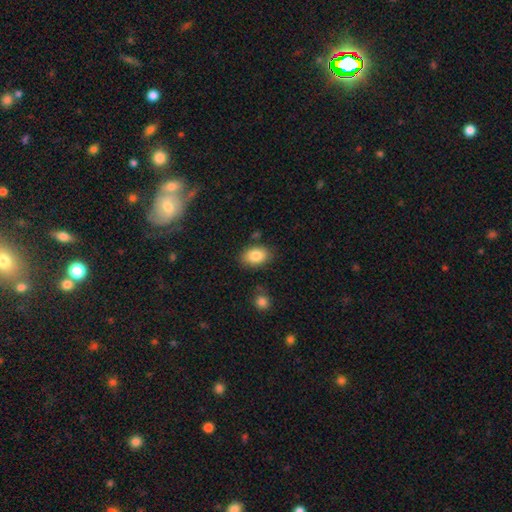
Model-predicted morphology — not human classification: A smooth galaxy with no disk features (85%) that is in between round and cigar-shaped (86%). Merging: none (80%).